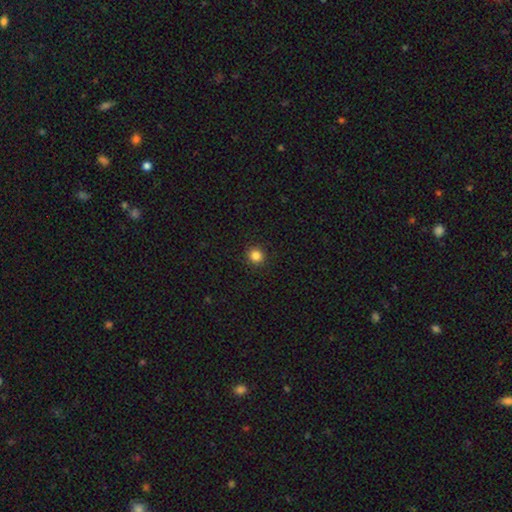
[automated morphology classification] A smooth galaxy with no disk features (84%) that is round (92%).

Vote fractions:
- Smooth or featured? smooth: 84% / star or artifact: 12% / featured or disk: 4%
- How rounded? round: 92% / in between: 7% / cigar-shaped: 1%
- Merging? none: 92% / minor disturbance: 5% / major disturbance: 2% / merger: 1%